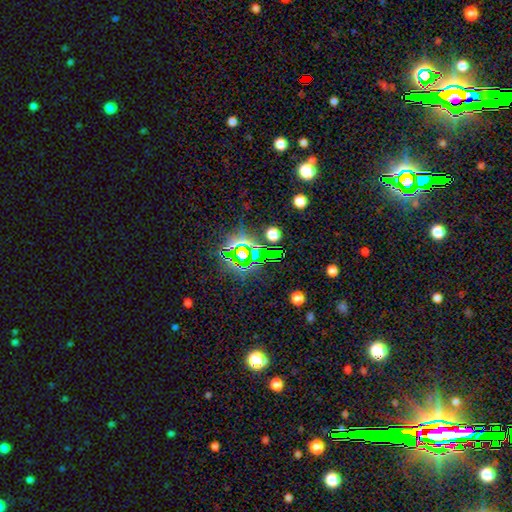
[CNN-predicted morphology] A star or artifact, not a galaxy (75%).